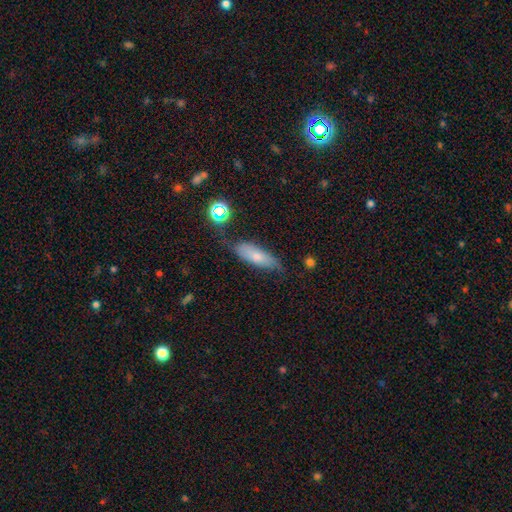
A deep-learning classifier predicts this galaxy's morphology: The model was most divided on "how rounded": in between: 56%, cigar-shaped: 41%, round: 3%. More confident: smooth or featured — smooth (66%); merging — none (62%).